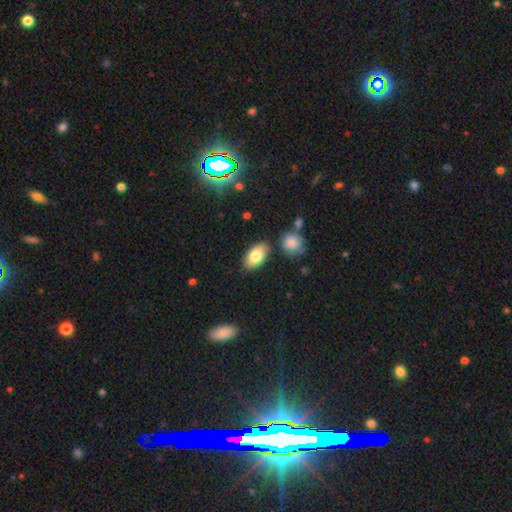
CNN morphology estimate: Smooth or featured? smooth (80%)
How rounded? in between (94%)
Merging? none (81%)